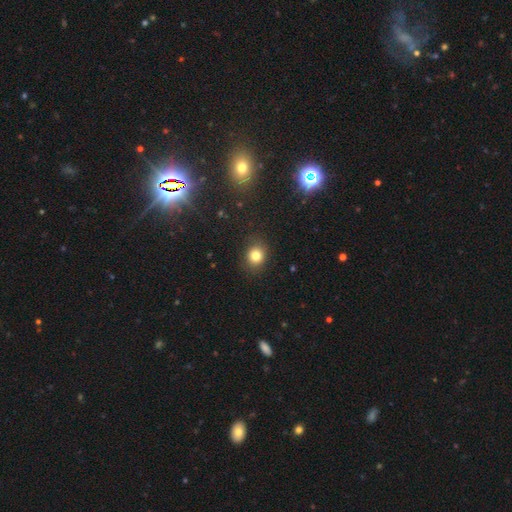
Smooth or featured: smooth — 92% (star or artifact — 8%)
How rounded: round — 81% (in between — 19%)
Merging: none — 86% (minor disturbance — 11%)